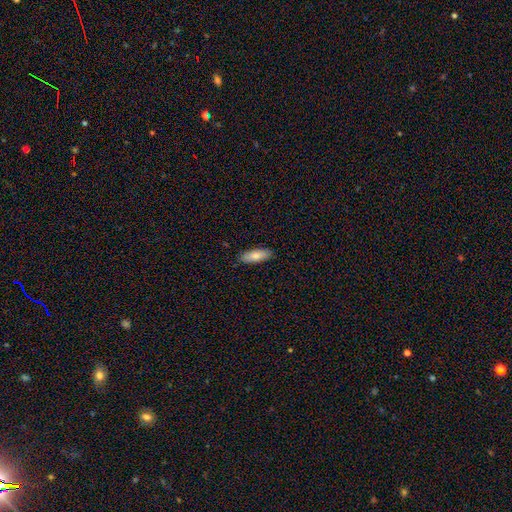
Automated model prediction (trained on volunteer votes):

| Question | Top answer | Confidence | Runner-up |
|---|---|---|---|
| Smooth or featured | smooth | 79% | featured or disk (15%) |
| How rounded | in between | 68% | cigar-shaped (30%) |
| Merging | none | 89% | minor disturbance (9%) |